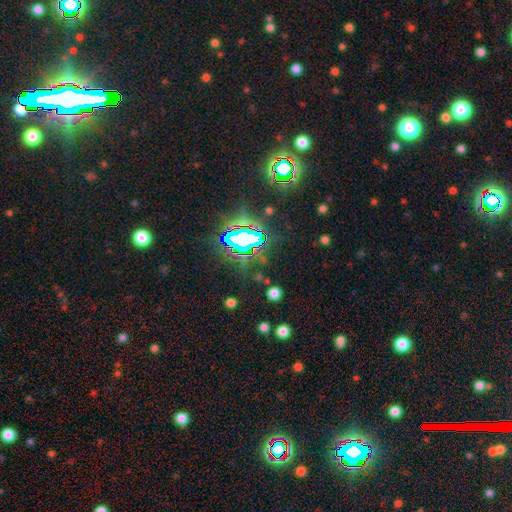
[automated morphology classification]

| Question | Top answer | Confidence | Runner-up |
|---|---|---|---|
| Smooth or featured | star or artifact | 84% | smooth (9%) |